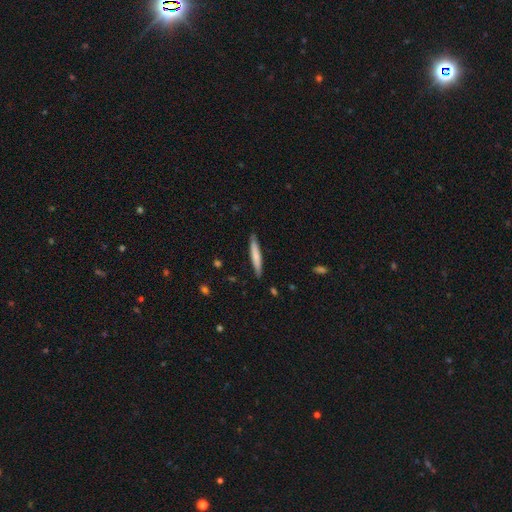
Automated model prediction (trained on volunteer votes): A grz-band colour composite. It shows a smooth galaxy with no disk features (70%) that is cigar-shaped (94%). Merging: none (88%).